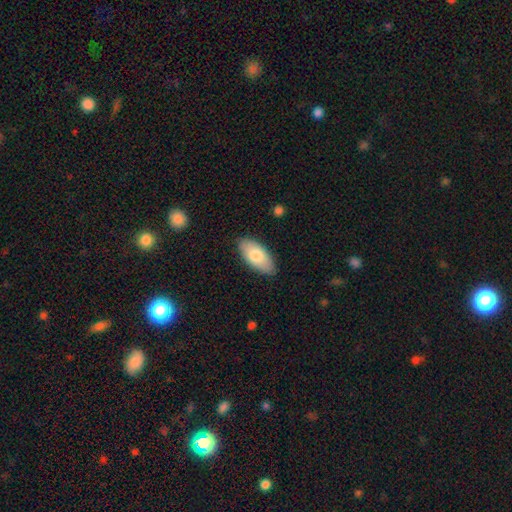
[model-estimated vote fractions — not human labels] Q: Smooth or featured?
A: smooth (76%); runner-up: featured or disk (18%)
Q: How rounded?
A: in between (91%); runner-up: cigar-shaped (6%)
Q: Merging?
A: none (85%); runner-up: minor disturbance (11%)